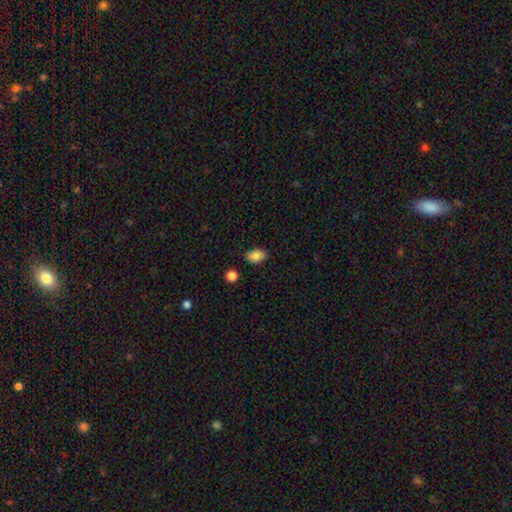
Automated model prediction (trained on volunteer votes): This is clearly a smooth galaxy (86%). How rounded: clearly in between (84%). Merging: clearly none (85%).